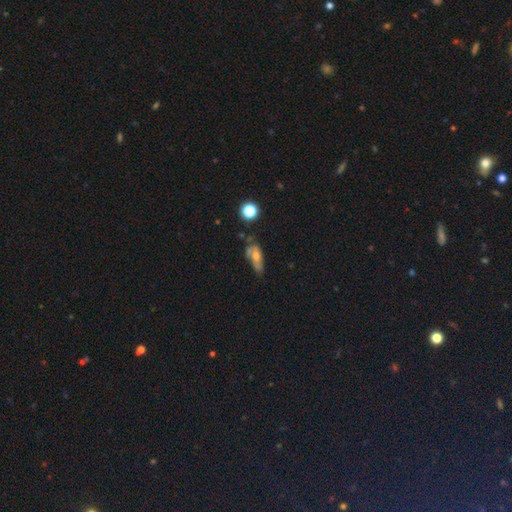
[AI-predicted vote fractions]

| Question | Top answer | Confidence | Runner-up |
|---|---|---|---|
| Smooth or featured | smooth | 52% | featured or disk (37%) |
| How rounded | in between | 78% | cigar-shaped (13%) |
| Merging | minor disturbance | 32% | none (31%) |